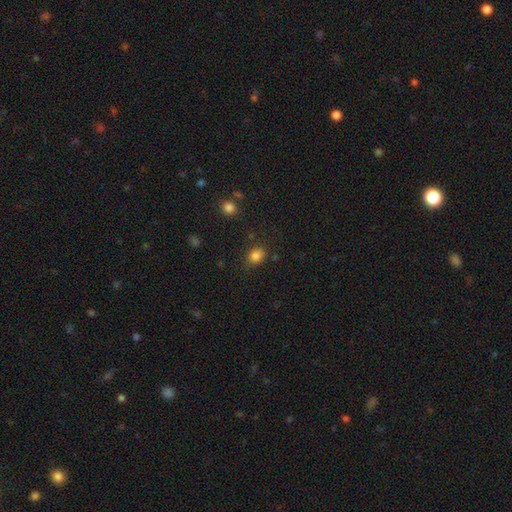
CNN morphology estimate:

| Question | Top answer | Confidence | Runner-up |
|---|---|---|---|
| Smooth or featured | smooth | 82% | star or artifact (12%) |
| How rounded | round | 53% | in between (46%) |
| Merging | none | 75% | minor disturbance (17%) |